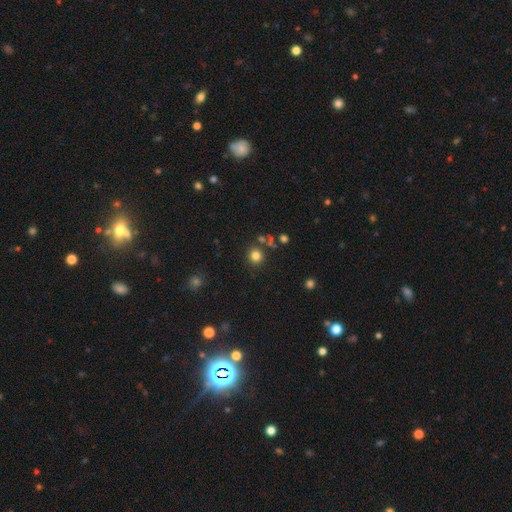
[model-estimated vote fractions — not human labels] A smooth galaxy with no disk features (80%) that is round (91%).

Vote fractions:
- Smooth or featured? smooth: 80% / star or artifact: 14% / featured or disk: 6%
- How rounded? round: 91% / in between: 8% / cigar-shaped: 1%
- Merging? none: 82% / minor disturbance: 8% / merger: 7% / major disturbance: 3%